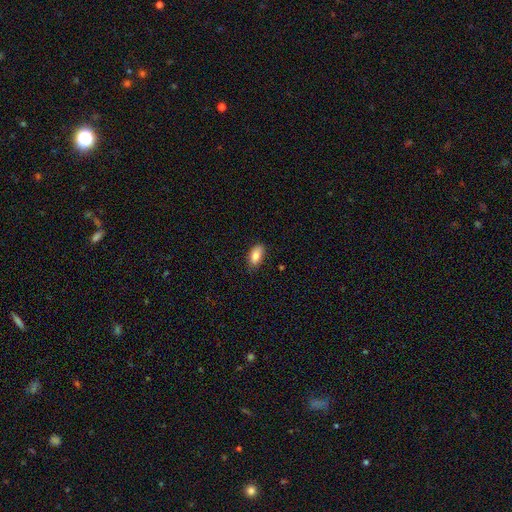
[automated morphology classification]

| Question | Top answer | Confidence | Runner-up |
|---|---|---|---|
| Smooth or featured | smooth | 82% | featured or disk (10%) |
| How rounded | in between | 92% | cigar-shaped (4%) |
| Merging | none | 82% | minor disturbance (14%) |